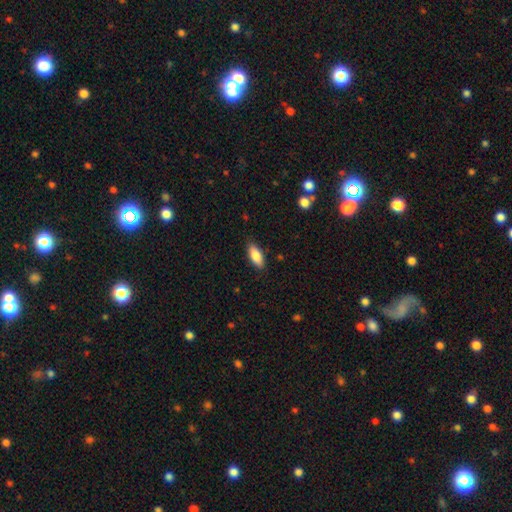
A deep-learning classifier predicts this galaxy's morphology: A smooth galaxy with no disk features (85%) that is in between round and cigar-shaped (80%). Merging: none (85%).